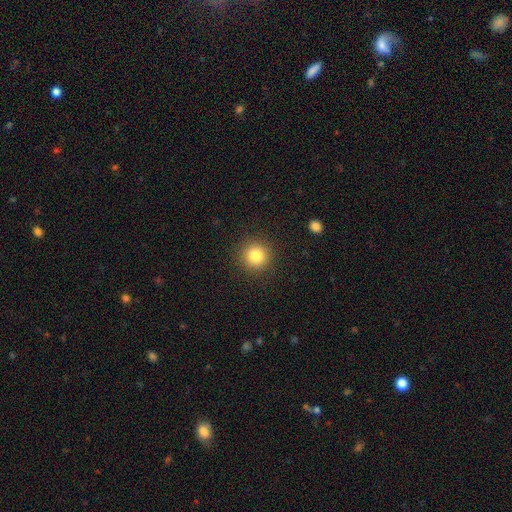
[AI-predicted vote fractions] Smooth or featured? Predicted: smooth (p=0.82). How rounded? Predicted: round (p=0.94). Merging? Predicted: none (p=0.91).